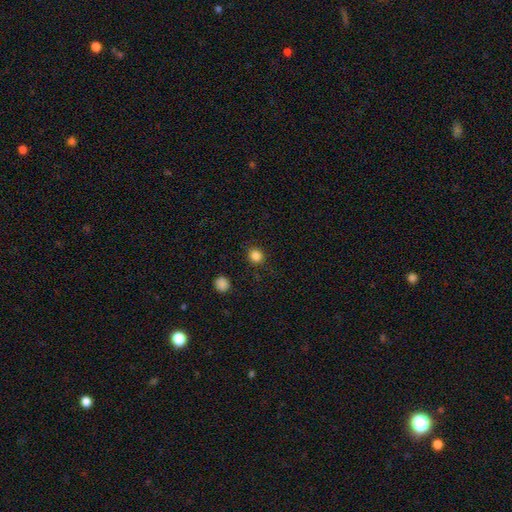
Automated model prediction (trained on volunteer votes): Q: Smooth or featured?
A: smooth (84%); runner-up: star or artifact (12%)
Q: How rounded?
A: round (85%); runner-up: in between (14%)
Q: Merging?
A: none (88%); runner-up: minor disturbance (8%)